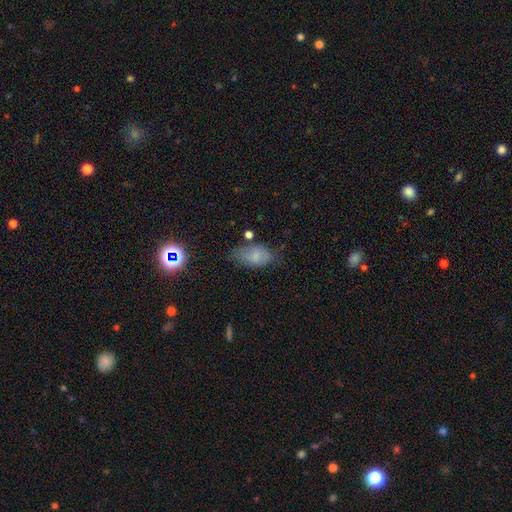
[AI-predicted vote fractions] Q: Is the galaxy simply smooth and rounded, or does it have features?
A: smooth — 69%.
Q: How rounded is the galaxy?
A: in between — 90%.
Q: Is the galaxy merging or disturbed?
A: none — 58%.